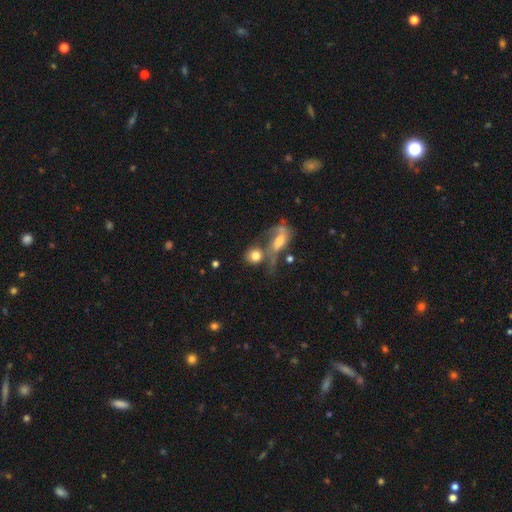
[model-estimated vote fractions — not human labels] Smooth or featured?
  - smooth: 71% *
  - featured or disk: 20%
  - star or artifact: 9%
How rounded?
  - round: 72% *
  - in between: 25%
  - cigar-shaped: 3%
Merging?
  - merger: 50% *
  - none: 30%
  - major disturbance: 11%
  - minor disturbance: 10%